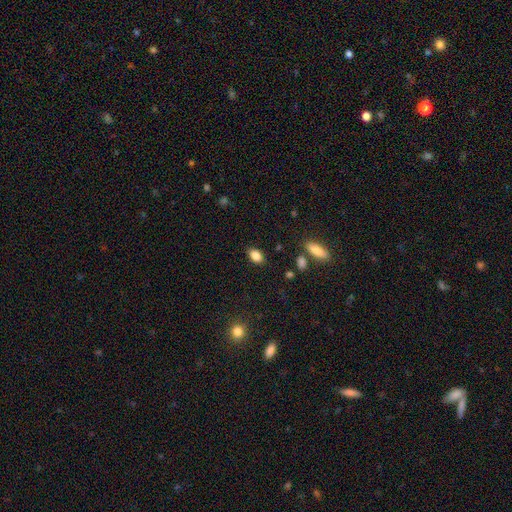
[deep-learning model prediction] Smooth or featured? smooth (85%)
How rounded? in between (87%)
Merging? none (85%)